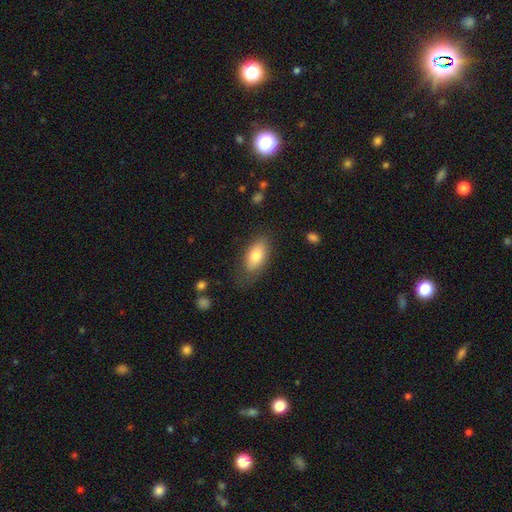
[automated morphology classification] Smooth or featured? smooth (75%)
How rounded? in between (90%)
Merging? none (69%)